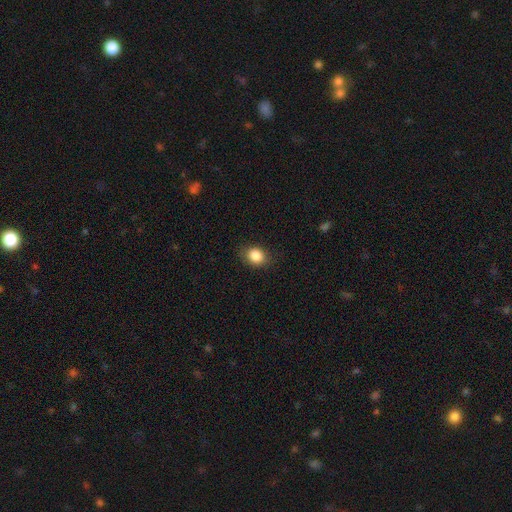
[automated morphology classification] The model was most divided on "how rounded": in between: 52%, round: 47%, cigar-shaped: 1%. More confident: smooth or featured — smooth (86%); merging — none (83%).